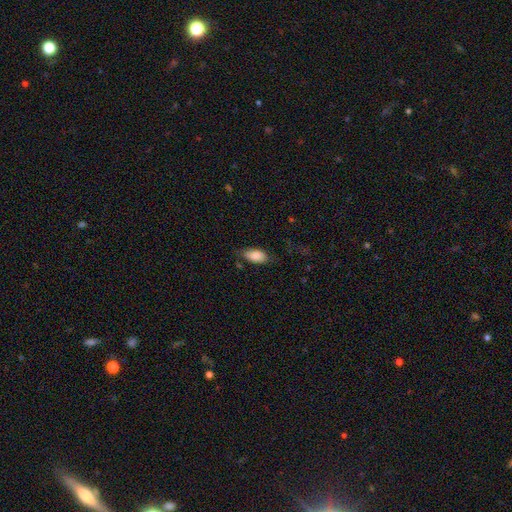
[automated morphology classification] A smooth galaxy with no disk features (83%) that is in between round and cigar-shaped (91%).

Vote fractions:
- Smooth or featured? smooth: 83% / featured or disk: 10% / star or artifact: 7%
- How rounded? in between: 91% / cigar-shaped: 6% / round: 3%
- Merging? none: 64% / minor disturbance: 25% / major disturbance: 9% / merger: 2%